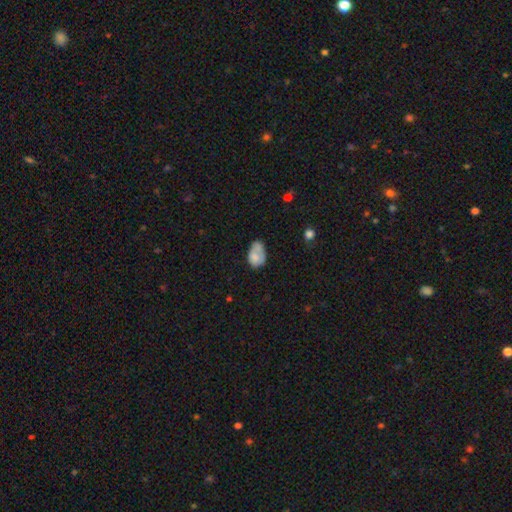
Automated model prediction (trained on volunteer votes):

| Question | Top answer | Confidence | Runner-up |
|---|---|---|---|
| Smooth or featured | smooth | 71% | featured or disk (21%) |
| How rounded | in between | 83% | round (15%) |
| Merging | none | 35% | minor disturbance (30%) |